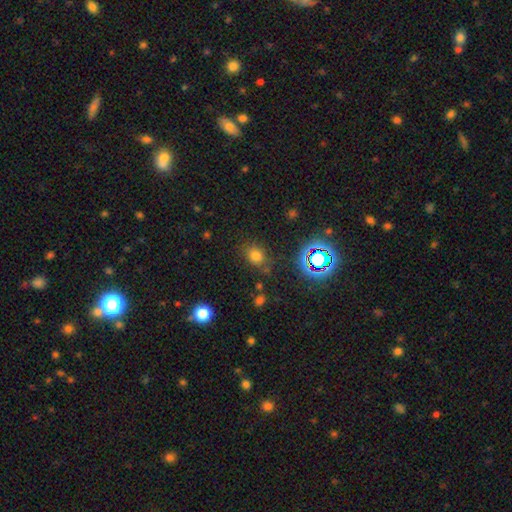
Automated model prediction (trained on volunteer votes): This is likely a smooth galaxy (70%). How rounded: possibly round (54%). Merging: likely none (74%).